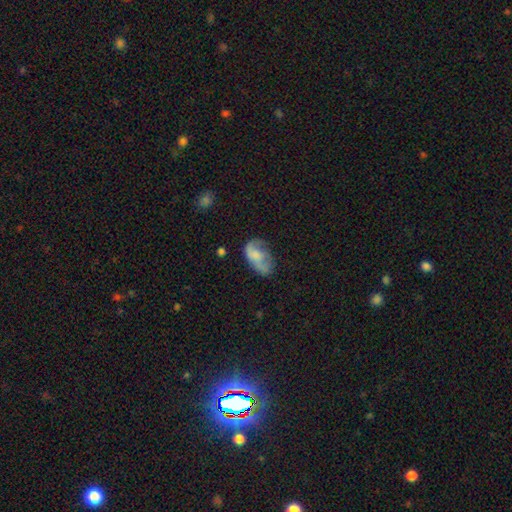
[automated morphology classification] This appears to be a smooth galaxy with no disk features (55%) that is in between round and cigar-shaped (90%). Merging: none (35%).